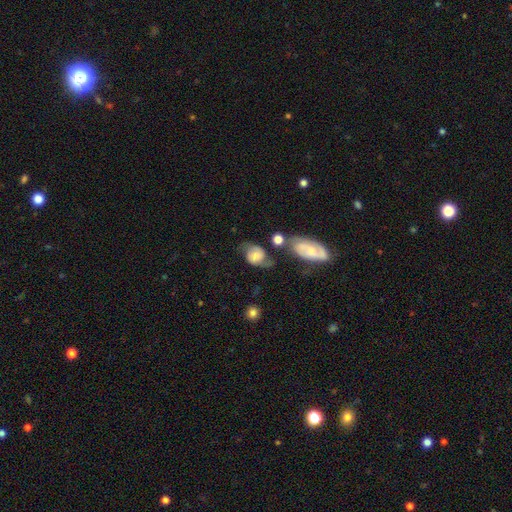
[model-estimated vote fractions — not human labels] A featured or disk galaxy (60%) with no bar (57%), 2 (87%) medium (45%) spiral arms (90%) and a moderate central bulge (37%).

Vote fractions:
- Smooth or featured? featured or disk: 60% / smooth: 32% / star or artifact: 8%
- Edge-on disk? no: 96% / yes: 4%
- Bar? no: 57% / weak: 35% / strong: 8%
- Spiral arms? yes: 90% / no: 10%
- Spiral winding? medium: 45% / loose: 33% / tight: 22%
- Spiral arm count? 2: 87% / can't tell: 6% / 1: 3% / 3: 1% / 4: 1% / more than 4: 1%
- Bulge size? moderate: 37% / small: 27% / large: 20% / none: 12% / dominant: 4%
- Merging? none: 50% / minor disturbance: 23% / major disturbance: 14% / merger: 13%